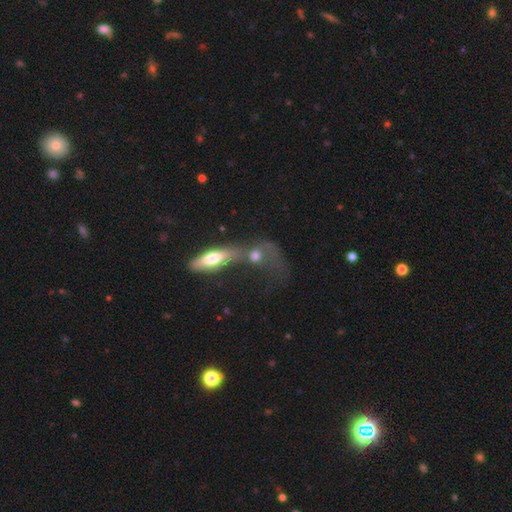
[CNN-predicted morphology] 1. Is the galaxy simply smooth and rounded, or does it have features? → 53% smooth, 36% featured or disk, 11% star or artifact.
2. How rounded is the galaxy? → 56% in between, 29% round, 16% cigar-shaped.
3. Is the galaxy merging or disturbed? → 59% merger, 17% none, 16% major disturbance, 8% minor disturbance.